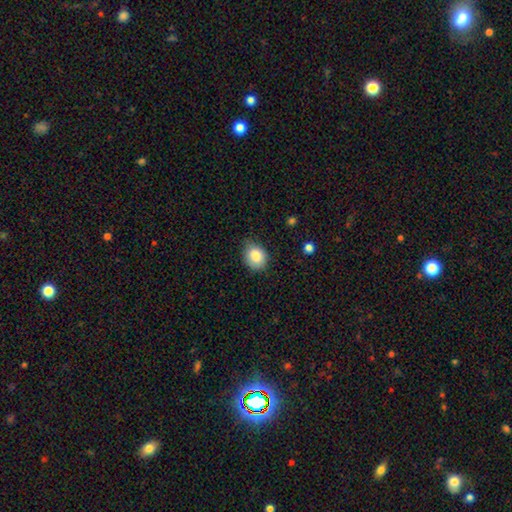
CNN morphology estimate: This appears to be a smooth galaxy with no disk features (84%) that is round (51%). Merging: none (70%).